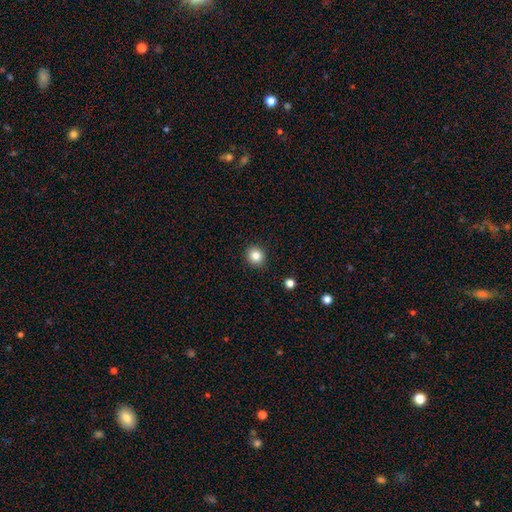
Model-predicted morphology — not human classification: Smooth or featured? smooth (83%)
How rounded? round (86%)
Merging? none (91%)